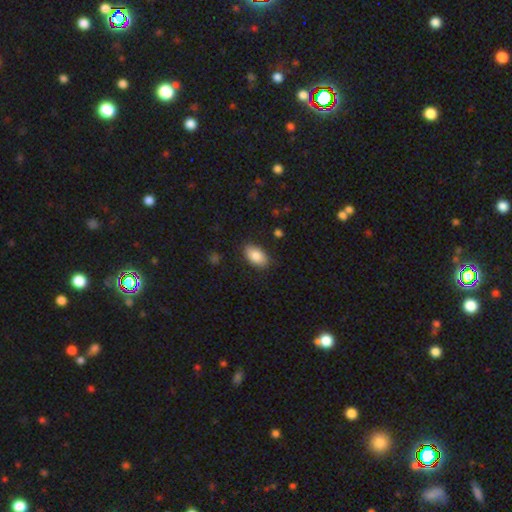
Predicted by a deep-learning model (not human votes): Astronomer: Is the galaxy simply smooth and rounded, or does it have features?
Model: smooth — 85%.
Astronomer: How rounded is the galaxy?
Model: in between — 92%.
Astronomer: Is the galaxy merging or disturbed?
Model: none — 82%.